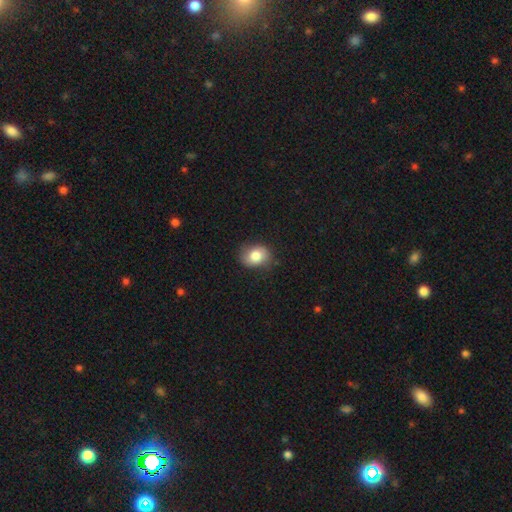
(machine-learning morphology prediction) Q: Smooth or featured?
A: smooth (80%); runner-up: featured or disk (12%)
Q: How rounded?
A: in between (58%); runner-up: round (41%)
Q: Merging?
A: none (75%); runner-up: minor disturbance (19%)